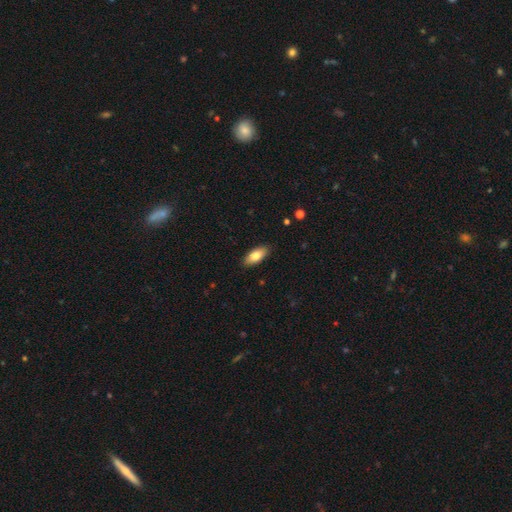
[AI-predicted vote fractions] Morphology: type=smooth (79%); roundness=in between (86%); merging=none (89%).